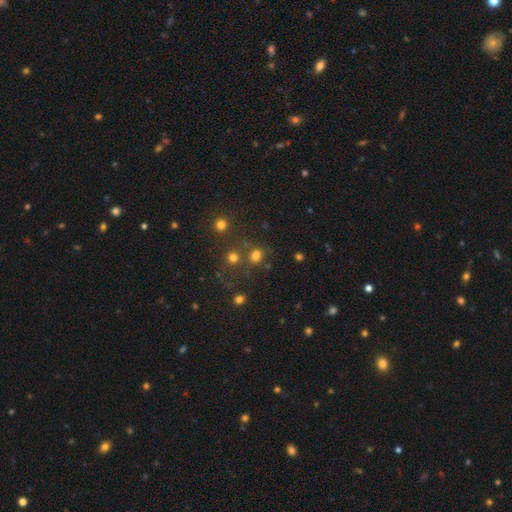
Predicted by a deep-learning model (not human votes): This is likely a smooth galaxy (72%). How rounded: likely round (62%). Merging: likely none (61%).